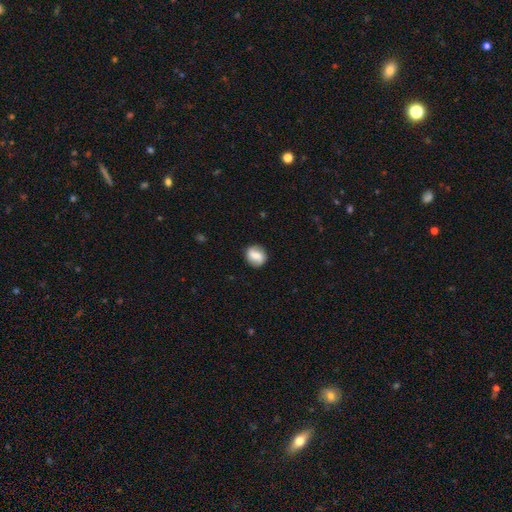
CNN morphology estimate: Smooth or featured: smooth — 60% (featured or disk — 32%)
How rounded: round — 72% (in between — 27%)
Merging: none — 85% (minor disturbance — 11%)